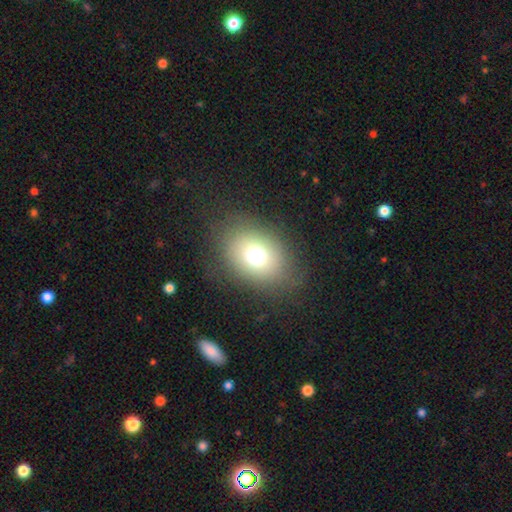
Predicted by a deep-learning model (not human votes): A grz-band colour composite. It shows a smooth galaxy with no disk features (70%) that is in between round and cigar-shaped (57%). Merging: none (79%).